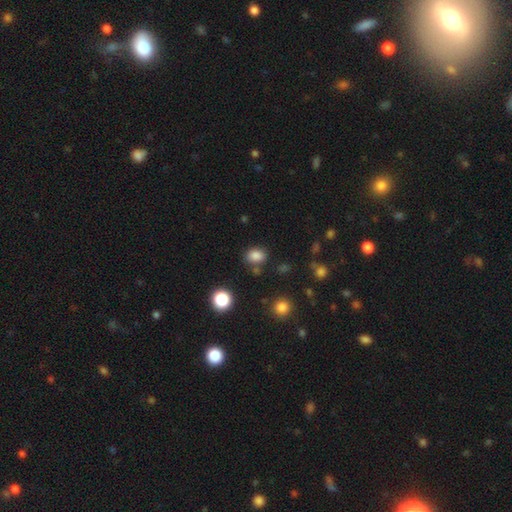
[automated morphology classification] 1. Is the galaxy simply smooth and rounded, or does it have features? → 83% smooth, 12% star or artifact, 5% featured or disk.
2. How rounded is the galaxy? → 65% in between, 34% round, 1% cigar-shaped.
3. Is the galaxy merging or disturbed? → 77% none, 13% minor disturbance, 6% merger, 4% major disturbance.